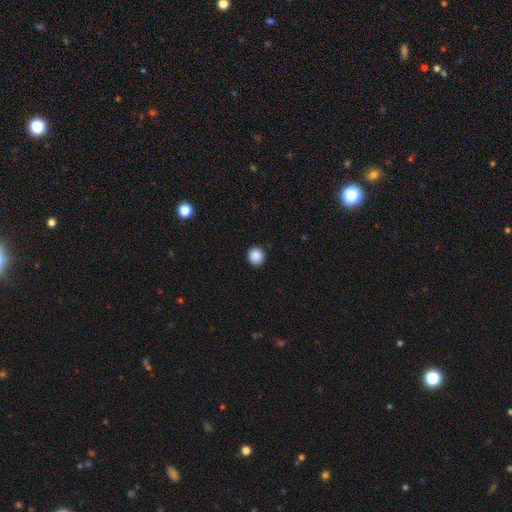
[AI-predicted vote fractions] A smooth galaxy with no disk features (88%) that is round (95%). Merging: none (92%).